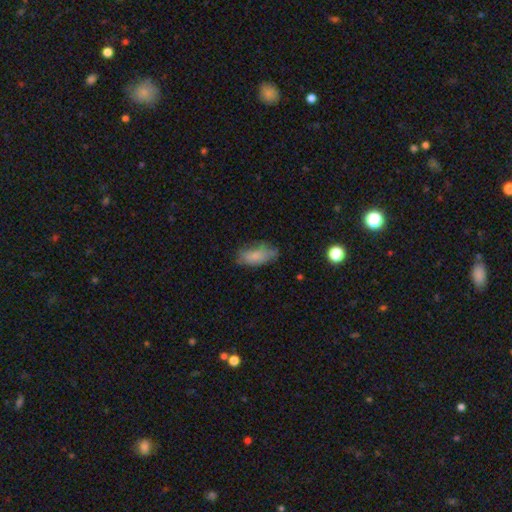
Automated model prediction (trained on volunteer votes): Q: Smooth or featured?
A: smooth (77%); runner-up: featured or disk (15%)
Q: How rounded?
A: in between (87%); runner-up: cigar-shaped (10%)
Q: Merging?
A: none (61%); runner-up: minor disturbance (28%)